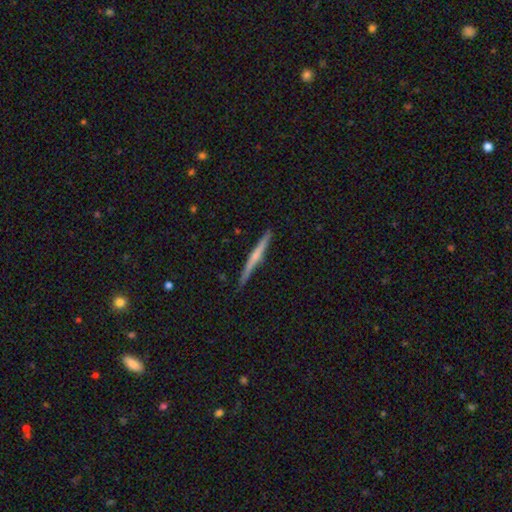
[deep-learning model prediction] A featured or disk galaxy (54%) viewed edge-on (98%) with no central bulge (50%). Merging: none (88%).